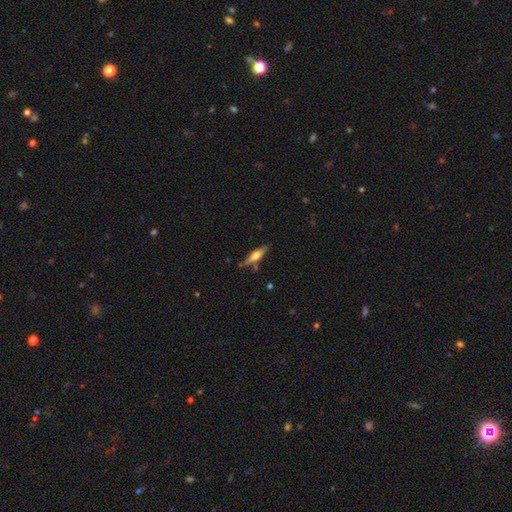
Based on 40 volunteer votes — smooth-or-featured: featured or disk: 52% | smooth: 38% | star or artifact: 10%
  disk-edge-on: yes: 100% | no: 0%
    edge-on-bulge: rounded: 100% | boxy: 0% | none: 0%
  merging: none: 78% | minor disturbance: 11% | merger: 11% | major disturbance: 0%